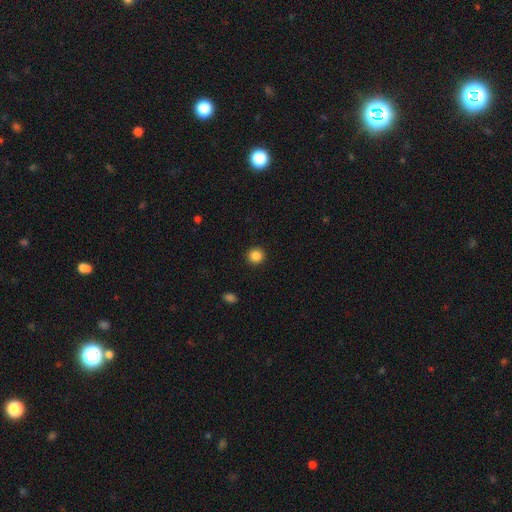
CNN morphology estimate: Smooth or featured?
  - smooth: 86% *
  - star or artifact: 11%
  - featured or disk: 3%
How rounded?
  - round: 94% *
  - in between: 5%
  - cigar-shaped: 1%
Merging?
  - none: 92% *
  - minor disturbance: 5%
  - major disturbance: 2%
  - merger: 1%